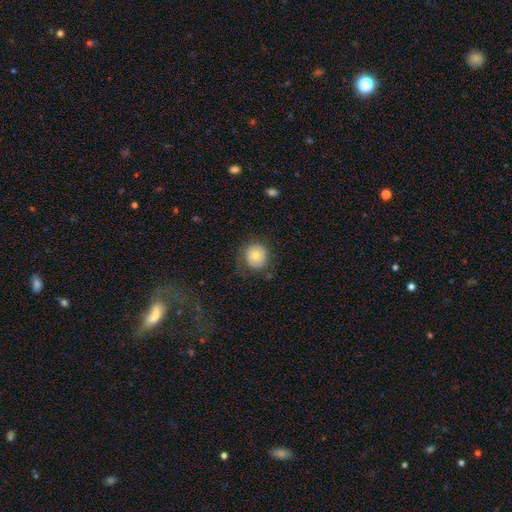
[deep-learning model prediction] Q: Smooth or featured?
A: smooth (70%); runner-up: featured or disk (22%)
Q: How rounded?
A: round (91%); runner-up: in between (9%)
Q: Merging?
A: none (70%); runner-up: minor disturbance (19%)